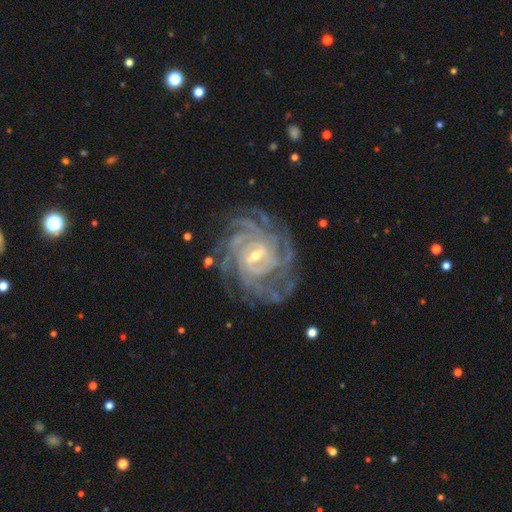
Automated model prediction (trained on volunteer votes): The model was most divided on "spiral arm count": 4: 30%, more than 4: 22%, can't tell: 20%, 3: 12%, 2: 9%, 1: 7%. More confident: spiral arms — yes (98%); edge-on disk — no (98%); smooth or featured — featured or disk (92%); merging — none (76%); spiral winding — tight (74%); bulge size — small (58%); bar — weak (55%).